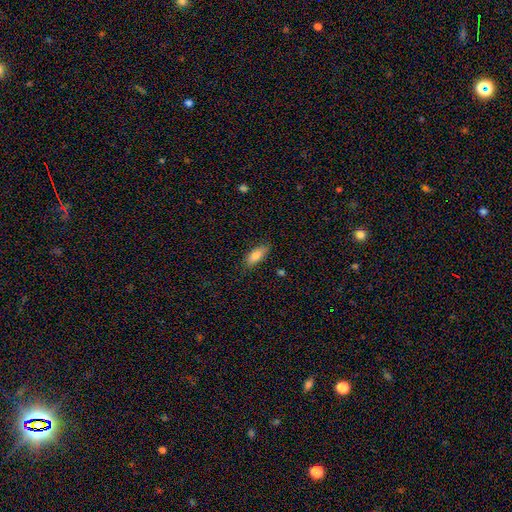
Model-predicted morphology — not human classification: Overall: smooth (82%). How rounded: in between (77%). Merging: none (83%).